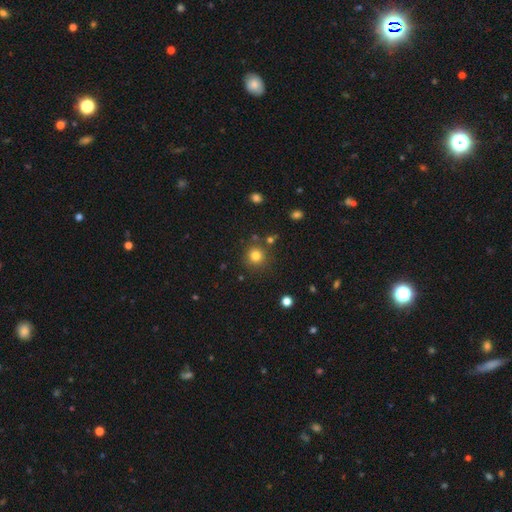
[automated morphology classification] The model was most divided on "smooth or featured": smooth: 80%, star or artifact: 14%, featured or disk: 6%. More confident: how rounded — round (93%); merging — none (84%).